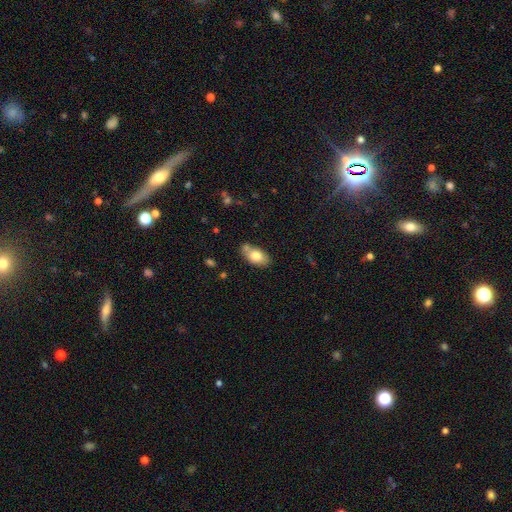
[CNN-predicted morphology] Smooth or featured? smooth (77%)
How rounded? in between (90%)
Merging? none (63%)